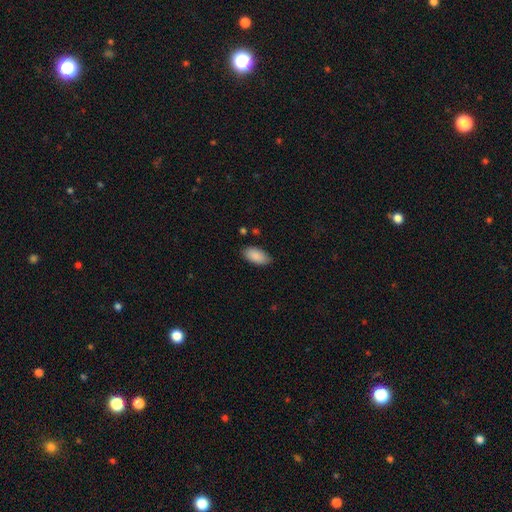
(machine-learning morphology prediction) Smooth or featured: smooth — 89% (star or artifact — 6%)
How rounded: in between — 94% (cigar-shaped — 4%)
Merging: none — 81% (minor disturbance — 15%)